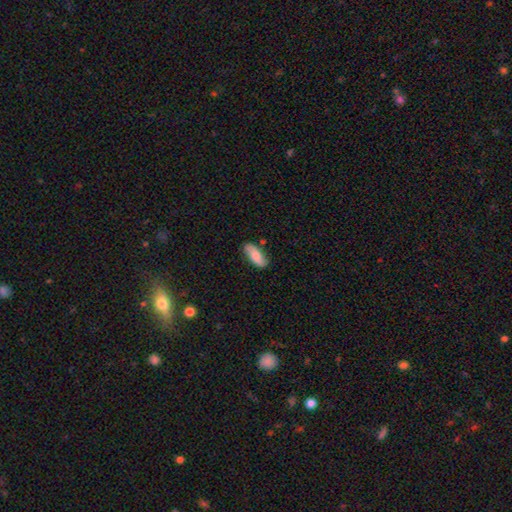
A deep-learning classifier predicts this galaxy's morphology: Q: Smooth or featured?
A: smooth (73%); runner-up: featured or disk (21%)
Q: How rounded?
A: in between (78%); runner-up: cigar-shaped (20%)
Q: Merging?
A: none (79%); runner-up: minor disturbance (16%)